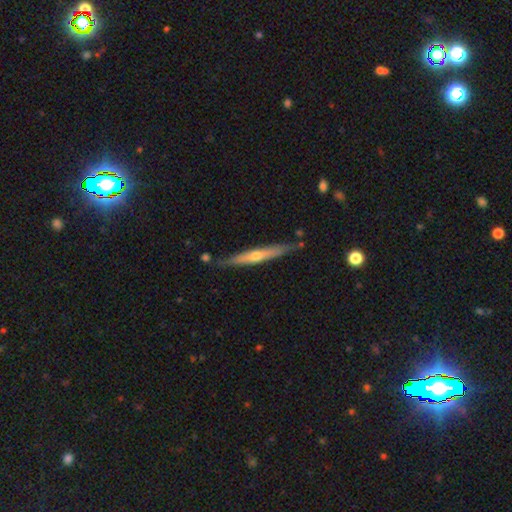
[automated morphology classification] The model was most divided on "smooth or featured": featured or disk: 61%, smooth: 34%, star or artifact: 6%. More confident: edge-on disk — yes (94%); merging — none (81%); edge-on bulge — rounded (73%).